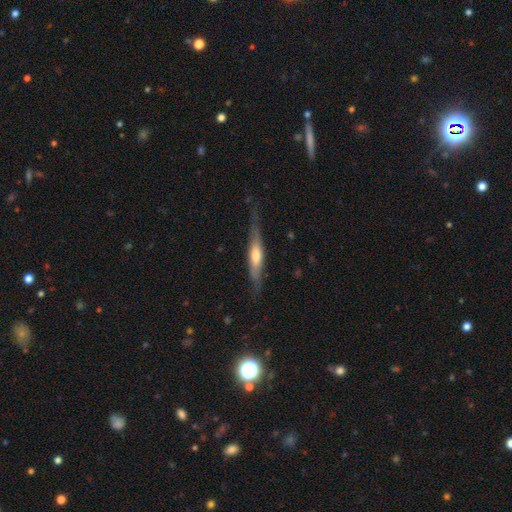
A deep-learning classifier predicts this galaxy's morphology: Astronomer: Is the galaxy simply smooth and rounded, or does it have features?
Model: featured or disk — 57% (runner-up: smooth, 37%).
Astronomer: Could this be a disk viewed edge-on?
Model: yes — 88%.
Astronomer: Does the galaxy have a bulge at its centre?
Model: rounded — 65%.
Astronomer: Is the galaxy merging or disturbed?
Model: none — 73%.